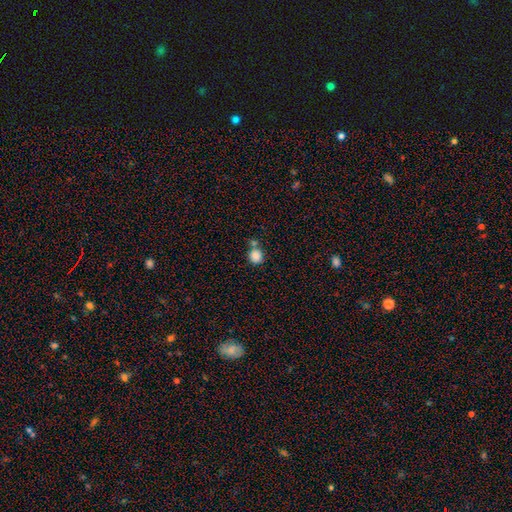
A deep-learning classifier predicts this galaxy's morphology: A smooth galaxy with no disk features (85%) that is round (87%). Merging: none (59%).